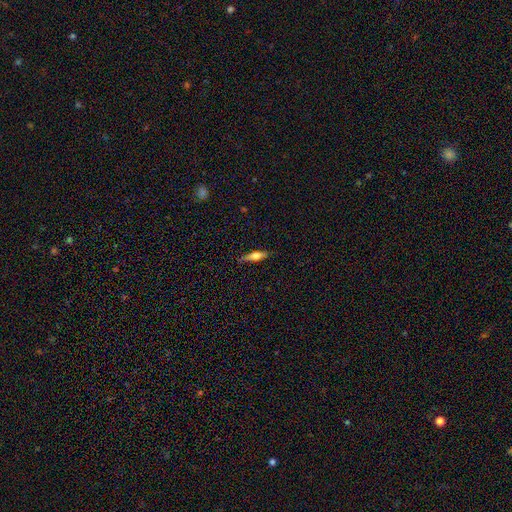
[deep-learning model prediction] smooth_or_featured: smooth (p=0.51) [alt: featured or disk p=0.42]
how_rounded: cigar-shaped (p=0.67) [alt: in between p=0.30]
merging: none (p=0.82) [alt: minor disturbance p=0.14]